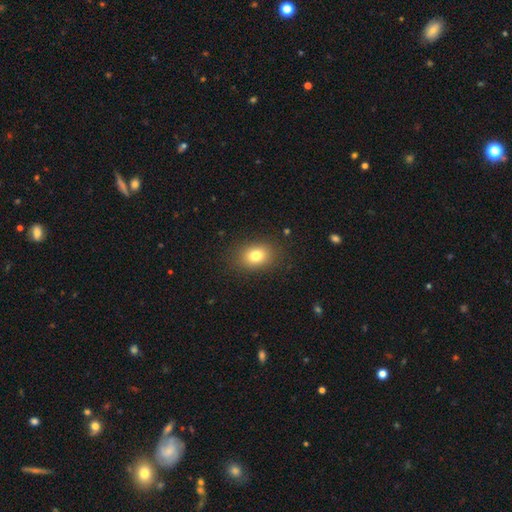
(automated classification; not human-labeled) Smooth or featured: smooth — 78% (star or artifact — 11%)
How rounded: in between — 61% (round — 38%)
Merging: none — 86% (minor disturbance — 9%)